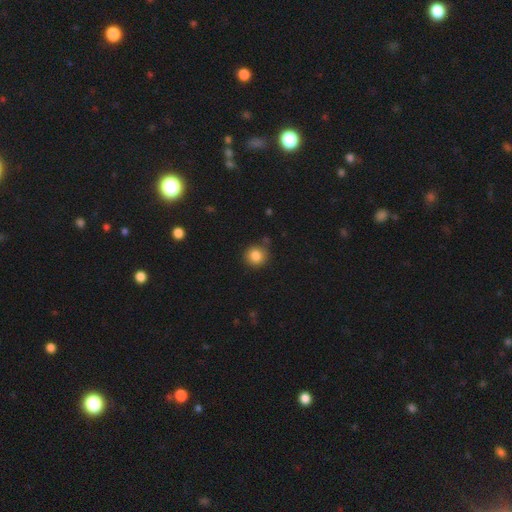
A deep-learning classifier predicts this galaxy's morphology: Q: Smooth or featured?
A: smooth (84%); runner-up: star or artifact (10%)
Q: How rounded?
A: round (90%); runner-up: in between (9%)
Q: Merging?
A: none (81%); runner-up: minor disturbance (12%)